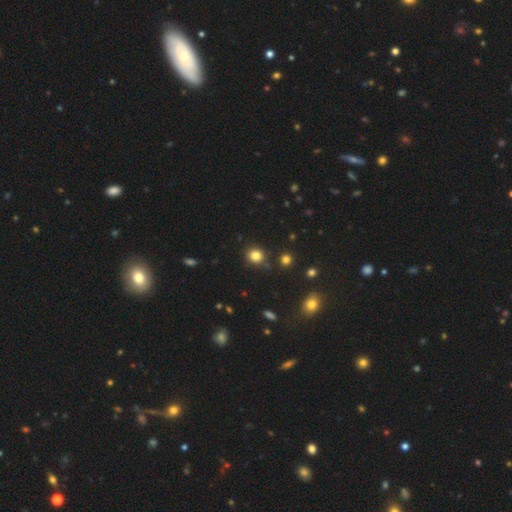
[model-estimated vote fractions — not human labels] Morphology: type=smooth (81%); roundness=round (81%); merging=none (83%).